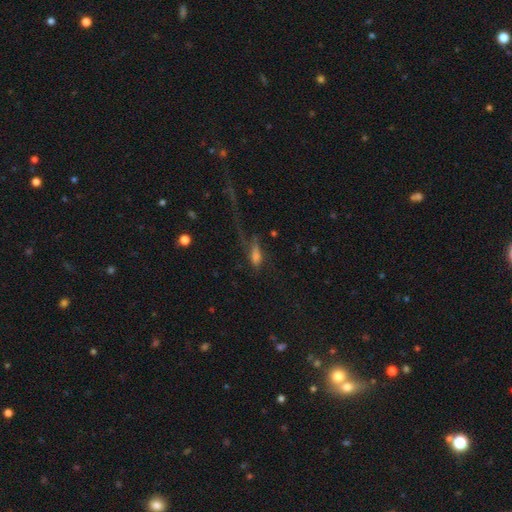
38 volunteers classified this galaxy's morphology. This is possibly a featured or disk galaxy (50%). It is possibly viewed edge-on (58%). Edge-on bulge: possibly boxy (55%). Merging: possibly major disturbance (49%).